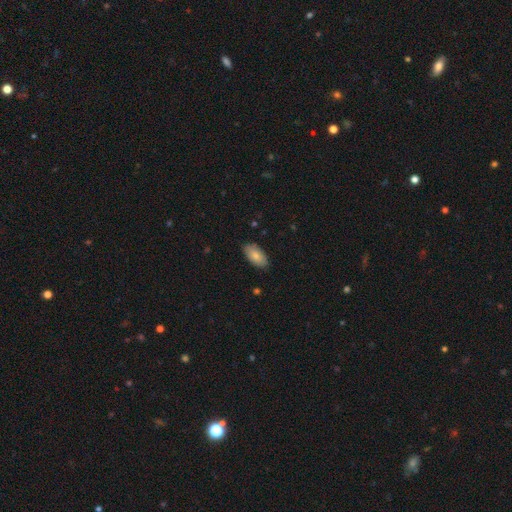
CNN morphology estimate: Overall: smooth (81%). How rounded: in between (94%). Merging: none (85%).